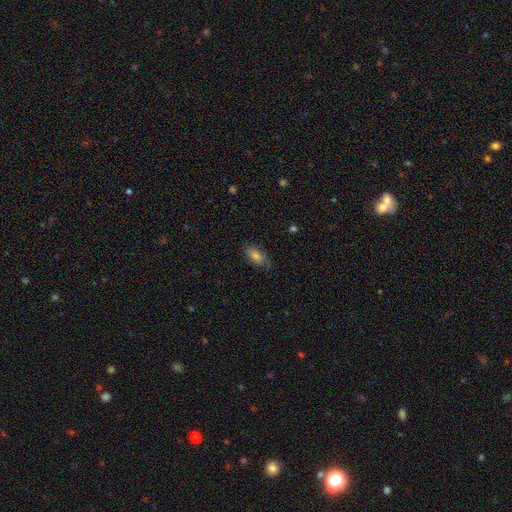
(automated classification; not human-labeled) This is likely a smooth galaxy (71%). How rounded: clearly in between (82%). Merging: likely none (78%).